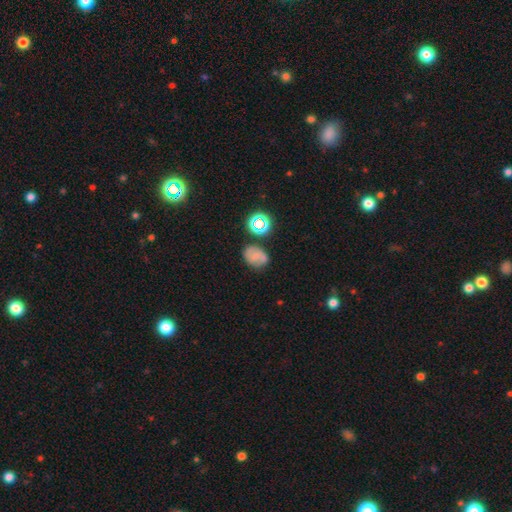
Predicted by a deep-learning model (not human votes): Smooth or featured? smooth (44%)
Merging? none (62%)